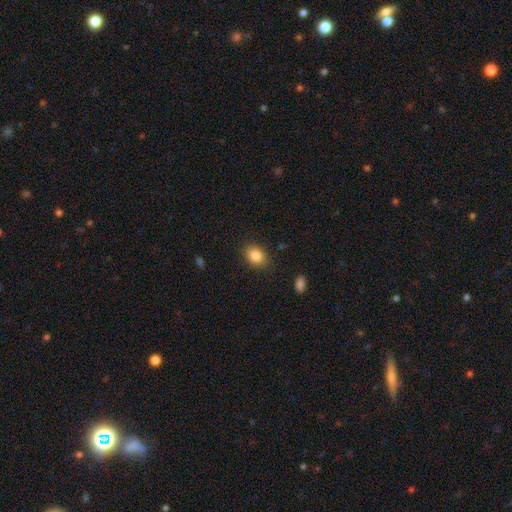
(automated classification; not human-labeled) smooth 85%, star or artifact 9%, featured or disk 6%. Down the decision tree: how rounded — in between (67%); merging — none (85%).